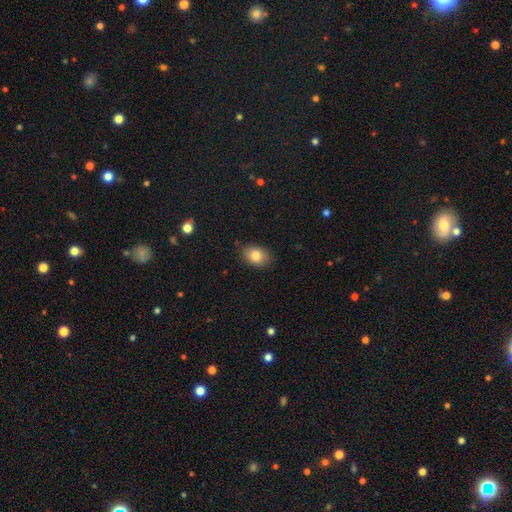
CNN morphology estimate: smooth-or-featured: smooth: 83% | featured or disk: 9% | star or artifact: 8%
  how-rounded: in between: 79% | round: 20% | cigar-shaped: 1%
  merging: none: 85% | minor disturbance: 11% | major disturbance: 2% | merger: 1%